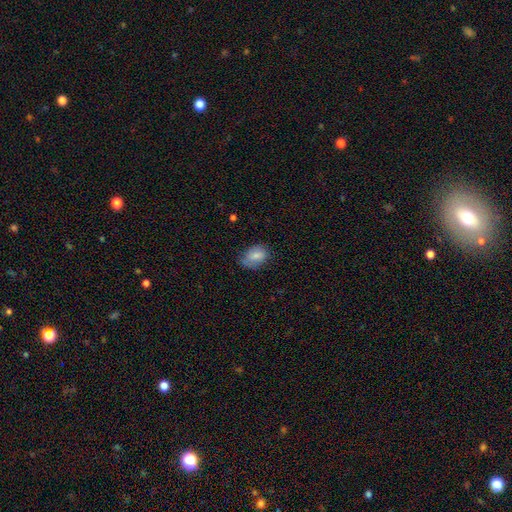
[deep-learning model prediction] This is likely a smooth galaxy (77%). How rounded: clearly in between (81%). Merging: likely none (62%).